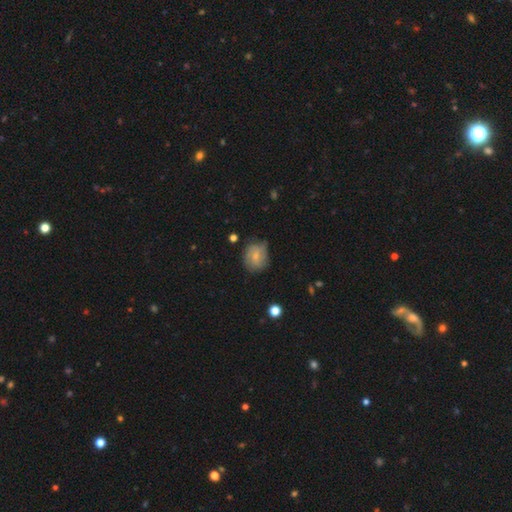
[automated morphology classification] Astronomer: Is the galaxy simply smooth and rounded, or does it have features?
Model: smooth — 50% (runner-up: featured or disk, 42%).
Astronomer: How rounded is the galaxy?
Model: round — 65%.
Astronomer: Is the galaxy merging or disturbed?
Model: none — 63%.